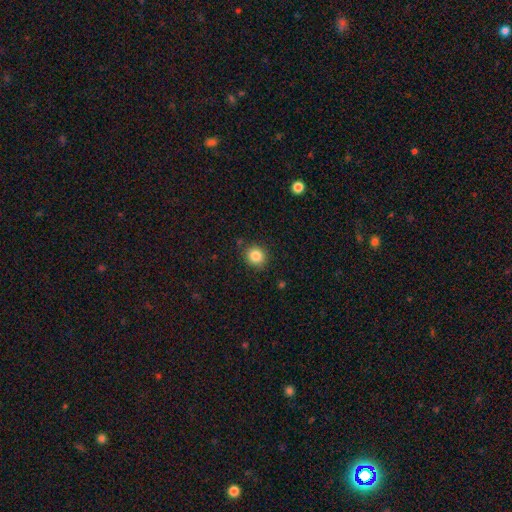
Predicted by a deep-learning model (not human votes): smooth-or-featured: smooth: 86% | star or artifact: 10% | featured or disk: 4%
  how-rounded: round: 86% | in between: 13% | cigar-shaped: 1%
  merging: none: 86% | minor disturbance: 10% | major disturbance: 3% | merger: 2%